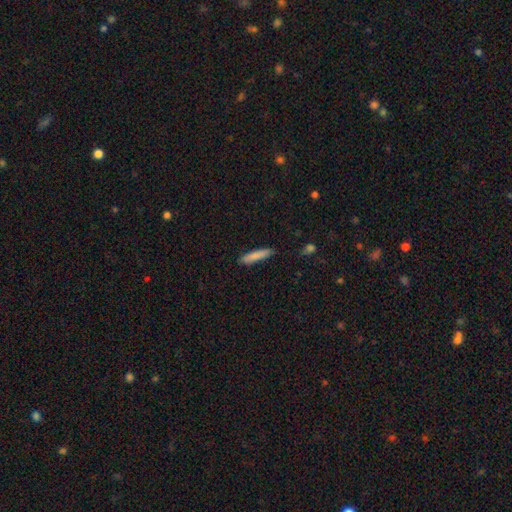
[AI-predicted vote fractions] A smooth galaxy with no disk features (83%) that is cigar-shaped (87%). Merging: none (84%).